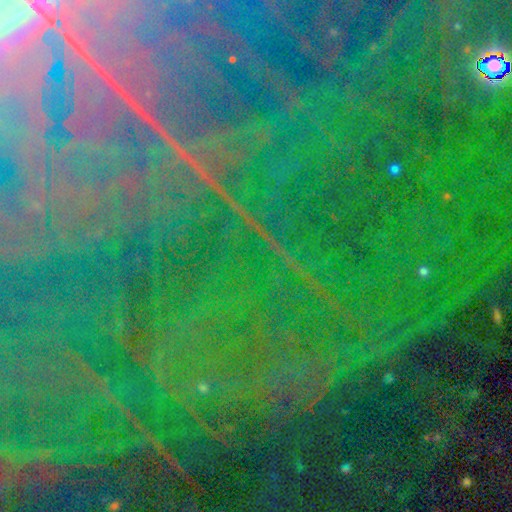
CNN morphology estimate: Q: Smooth or featured?
A: star or artifact (88%); runner-up: featured or disk (7%)